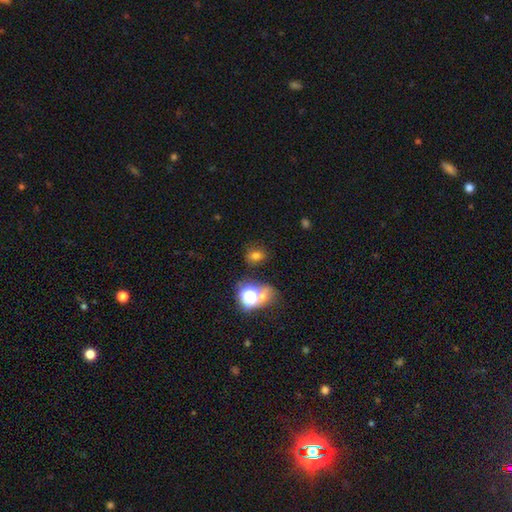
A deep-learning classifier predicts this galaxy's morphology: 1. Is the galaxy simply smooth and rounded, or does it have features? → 67% smooth, 24% star or artifact, 9% featured or disk.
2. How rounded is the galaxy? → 50% in between, 49% round, 1% cigar-shaped.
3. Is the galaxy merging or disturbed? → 76% none, 13% minor disturbance, 7% merger, 5% major disturbance.